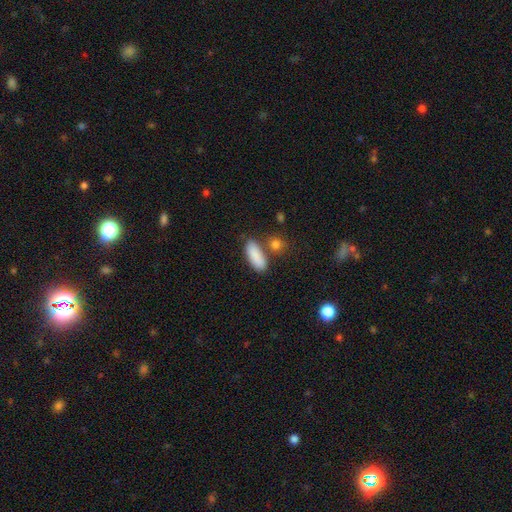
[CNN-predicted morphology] Smooth or featured? Predicted: smooth (p=0.88). How rounded? Predicted: in between (p=0.71). Merging? Predicted: none (p=0.70).